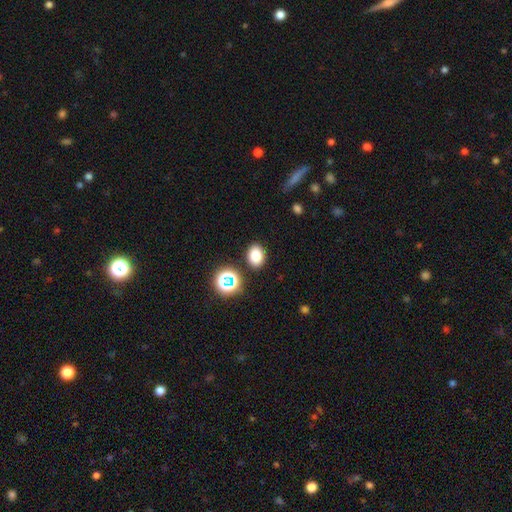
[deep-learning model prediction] Smooth or featured?
  - smooth: 80% *
  - star or artifact: 15%
  - featured or disk: 6%
How rounded?
  - in between: 64% *
  - round: 35%
  - cigar-shaped: 1%
Merging?
  - none: 86% *
  - minor disturbance: 8%
  - merger: 3%
  - major disturbance: 3%